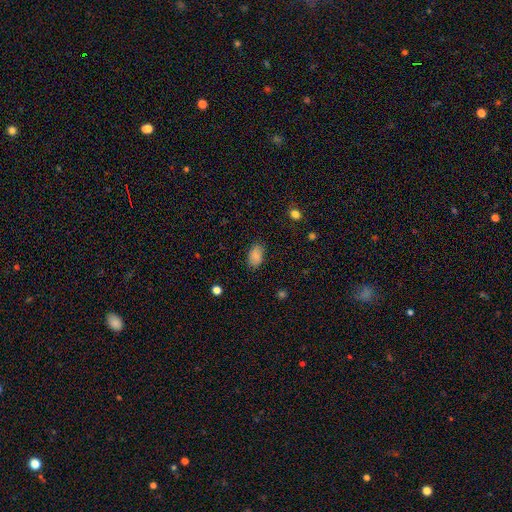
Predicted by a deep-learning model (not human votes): smooth 84%, star or artifact 8%, featured or disk 8%. Down the decision tree: how rounded — in between (91%); merging — none (82%).